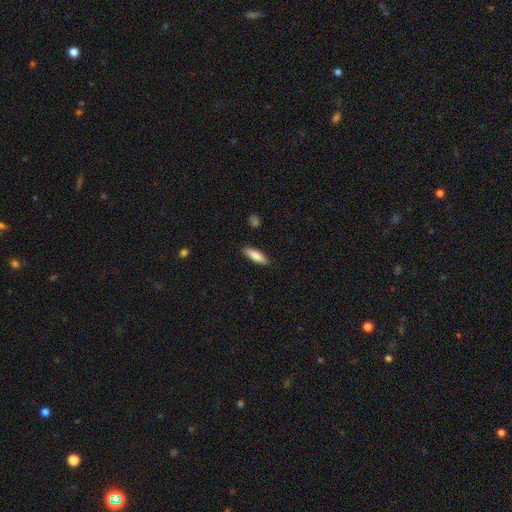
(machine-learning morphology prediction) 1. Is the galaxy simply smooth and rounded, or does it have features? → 84% smooth, 11% featured or disk, 6% star or artifact.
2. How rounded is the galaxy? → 52% cigar-shaped, 47% in between, 2% round.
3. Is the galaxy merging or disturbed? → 88% none, 9% minor disturbance, 2% major disturbance, 1% merger.